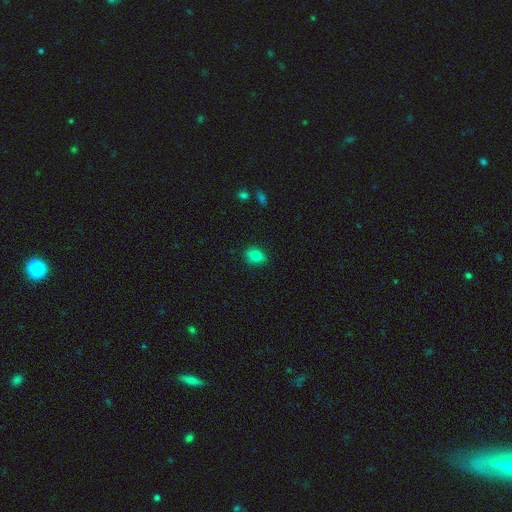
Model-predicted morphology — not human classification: This is clearly a smooth galaxy (82%). How rounded: likely in between (75%). Merging: clearly none (81%).